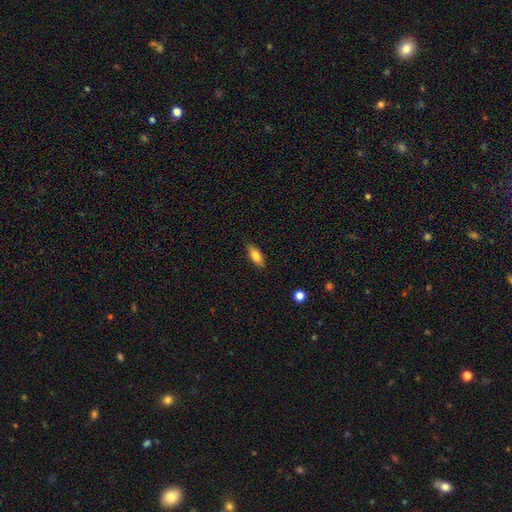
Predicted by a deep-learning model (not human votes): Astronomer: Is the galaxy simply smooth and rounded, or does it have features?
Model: smooth — 78%.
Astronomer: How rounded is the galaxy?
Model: in between — 78%.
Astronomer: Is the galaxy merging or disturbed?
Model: none — 83%.